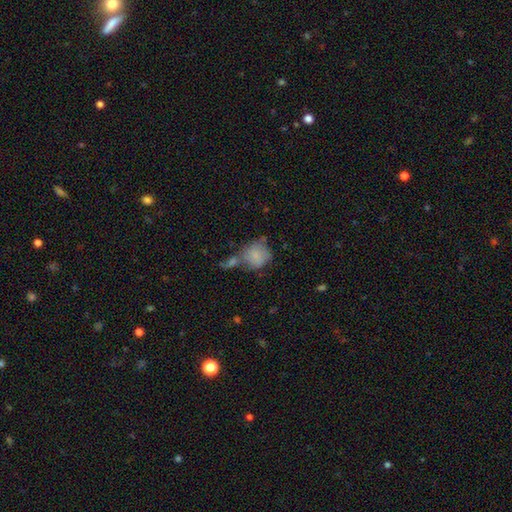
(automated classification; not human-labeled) smooth_or_featured: smooth (p=0.76) [alt: featured or disk p=0.15]
how_rounded: round (p=0.74) [alt: in between p=0.25]
merging: merger (p=0.36) [alt: none p=0.34]